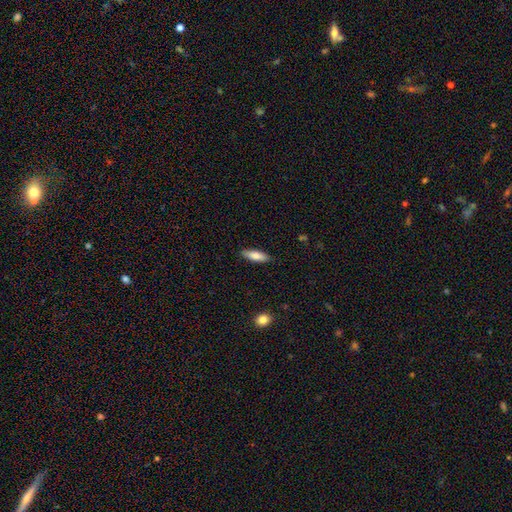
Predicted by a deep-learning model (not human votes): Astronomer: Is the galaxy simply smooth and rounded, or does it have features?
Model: smooth — 81%.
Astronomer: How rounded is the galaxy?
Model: cigar-shaped — 50% (runner-up: in between, 49%).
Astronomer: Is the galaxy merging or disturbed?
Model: none — 88%.